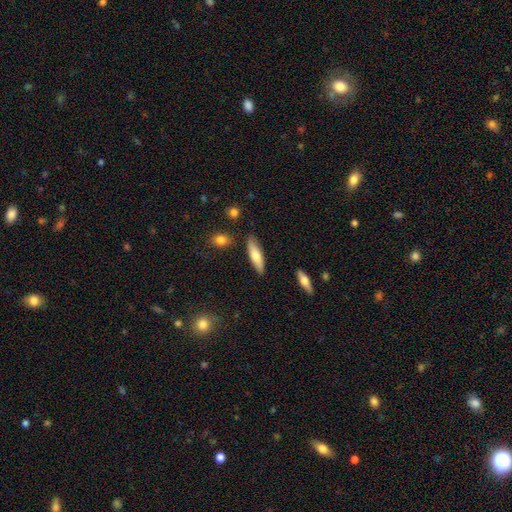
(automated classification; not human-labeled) smooth-or-featured: smooth: 70% | featured or disk: 24% | star or artifact: 6%
  how-rounded: cigar-shaped: 58% | in between: 40% | round: 2%
  merging: none: 84% | minor disturbance: 11% | merger: 3% | major disturbance: 2%